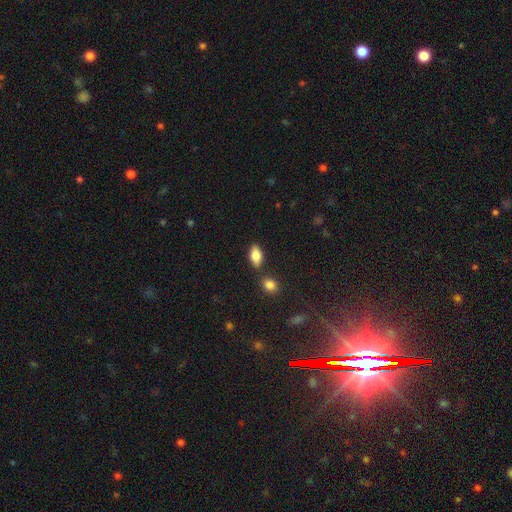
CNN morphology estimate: A smooth galaxy with no disk features (74%) that is in between round and cigar-shaped (87%). Merging: none (78%).